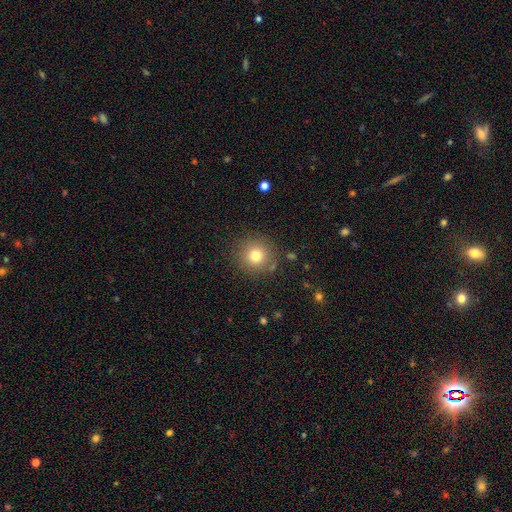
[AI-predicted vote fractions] Smooth or featured? Predicted: smooth (p=0.77). How rounded? Predicted: round (p=0.94). Merging? Predicted: none (p=0.86).